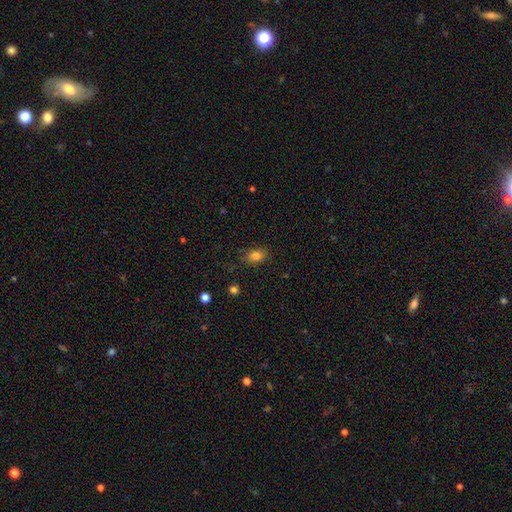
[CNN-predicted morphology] Smooth or featured: smooth — 83% (star or artifact — 12%)
How rounded: in between — 80% (round — 18%)
Merging: none — 79% (minor disturbance — 15%)